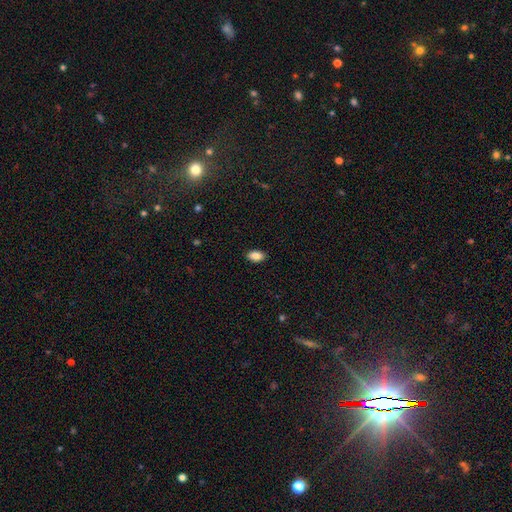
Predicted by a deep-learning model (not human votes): Smooth or featured: smooth — 87% (star or artifact — 8%)
How rounded: in between — 91% (round — 7%)
Merging: none — 89% (minor disturbance — 8%)